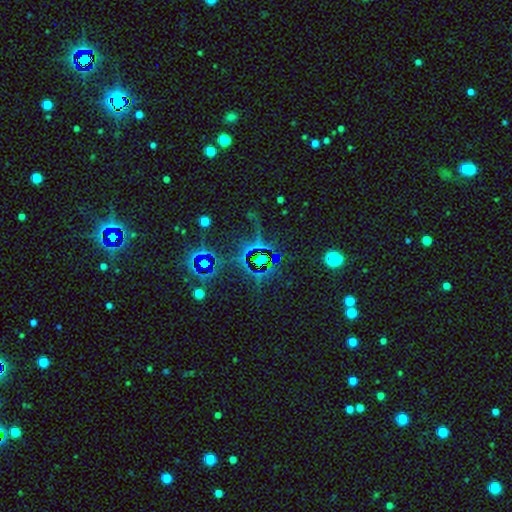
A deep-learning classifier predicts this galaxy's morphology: smooth-or-featured: star or artifact: 81% | featured or disk: 10% | smooth: 9%